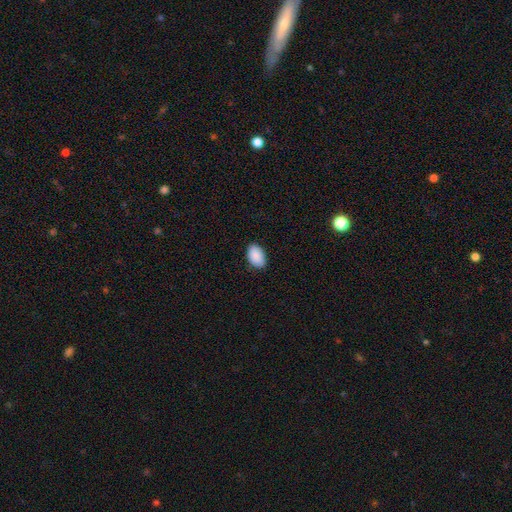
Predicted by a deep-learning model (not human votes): Smooth or featured? smooth (90%)
How rounded? in between (91%)
Merging? none (86%)